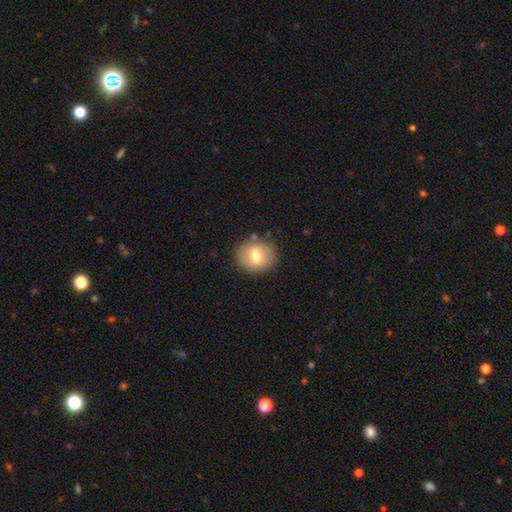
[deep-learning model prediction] A smooth galaxy with no disk features (72%) that is round (76%). Merging: none (84%).